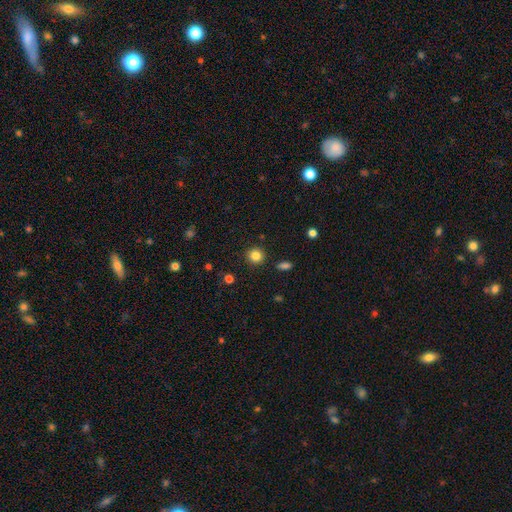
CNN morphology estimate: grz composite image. It shows a smooth galaxy with no disk features (84%) that is round (92%). Merging: none (90%).